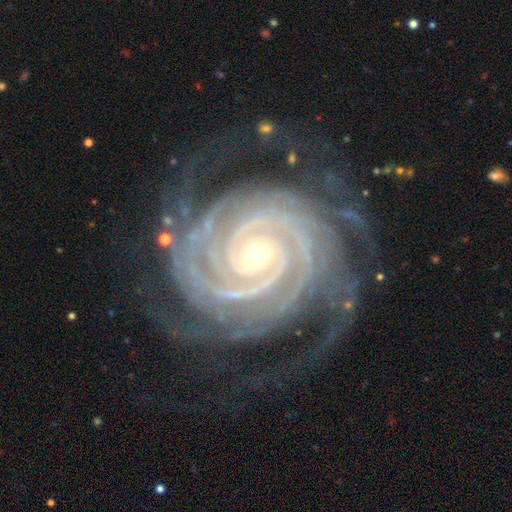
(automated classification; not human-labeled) featured or disk 94%, star or artifact 4%, smooth 2%. Down the decision tree: edge-on disk — no (98%); bar — no (67%); spiral arms — yes (99%); spiral arm count — 2 (34%); spiral winding — tight (88%); bulge size — small (83%); merging — none (73%).